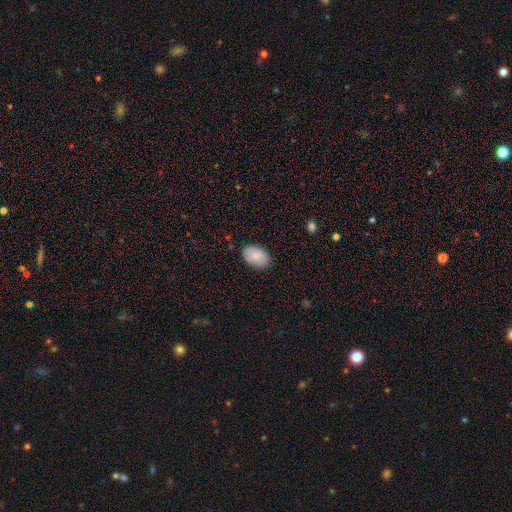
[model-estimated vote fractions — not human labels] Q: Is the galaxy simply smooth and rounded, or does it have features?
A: smooth — 80%.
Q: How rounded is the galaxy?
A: in between — 88%.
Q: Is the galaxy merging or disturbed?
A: none — 85%.